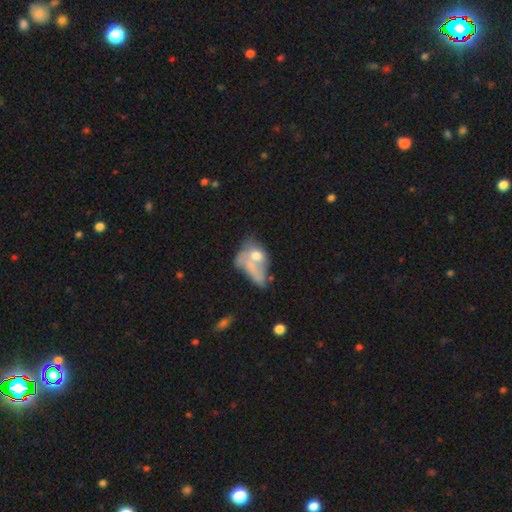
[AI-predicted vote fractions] Overall: smooth (55%; featured or disk 35%). How rounded: in between (75%). Merging: merger (50%; major disturbance 24%).